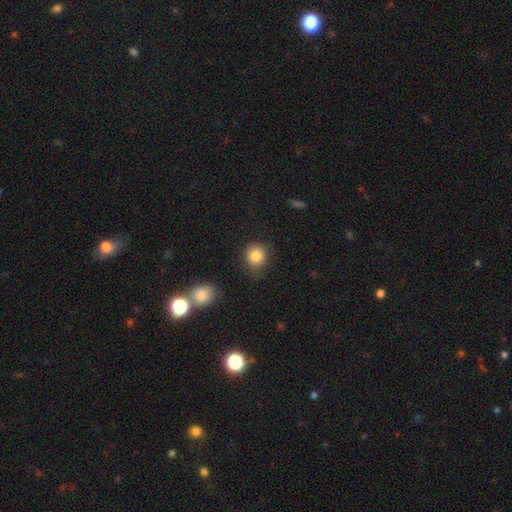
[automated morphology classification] The model was most divided on "merging": none: 64%, minor disturbance: 26%, major disturbance: 7%, merger: 3%. More confident: smooth or featured — smooth (84%); how rounded — round (80%).